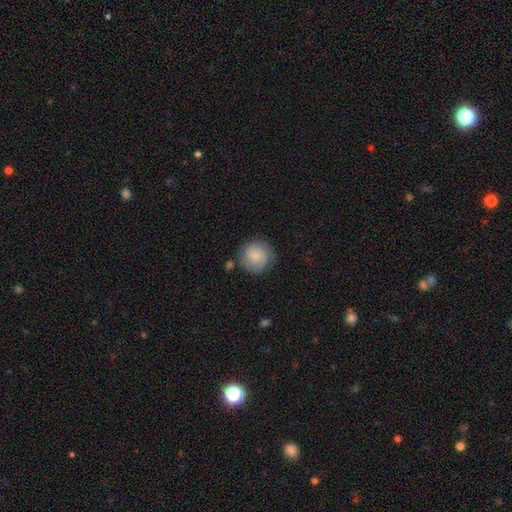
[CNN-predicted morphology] This appears to be a smooth galaxy with no disk features (73%) that is round (93%). Merging: none (78%).